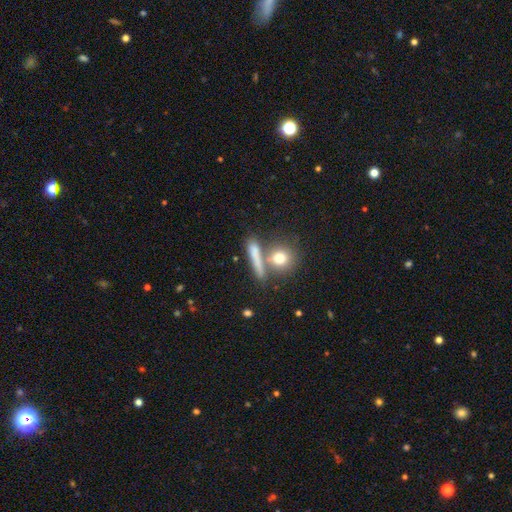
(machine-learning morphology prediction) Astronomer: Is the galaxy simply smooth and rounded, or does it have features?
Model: smooth — 71%.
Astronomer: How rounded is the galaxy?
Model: cigar-shaped — 48% (runner-up: round, 33%).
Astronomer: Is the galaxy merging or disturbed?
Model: none — 64%.